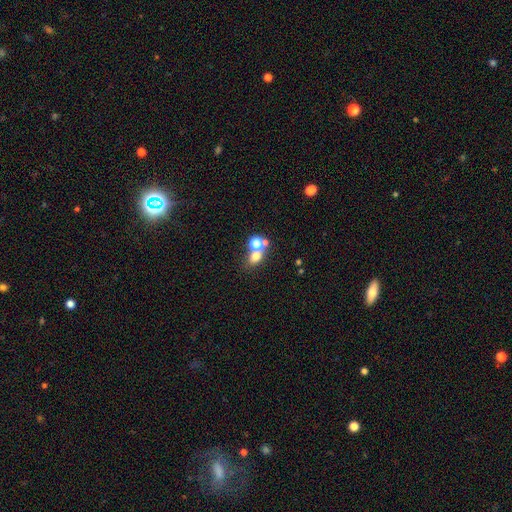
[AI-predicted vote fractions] Smooth or featured?
  - smooth: 66% *
  - star or artifact: 21%
  - featured or disk: 13%
How rounded?
  - round: 55% *
  - in between: 43%
  - cigar-shaped: 2%
Merging?
  - merger: 44% *
  - none: 43%
  - minor disturbance: 8%
  - major disturbance: 5%